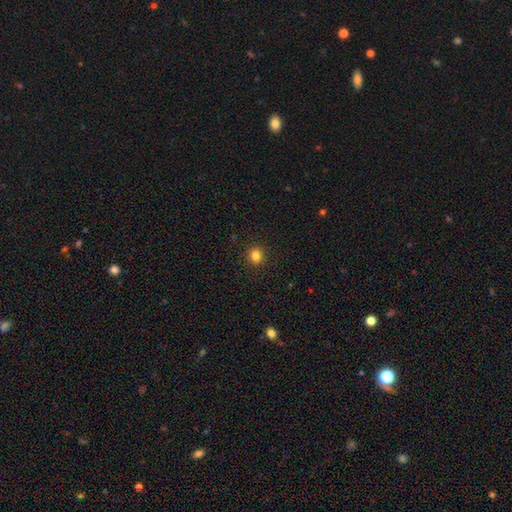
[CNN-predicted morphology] Smooth or featured: smooth — 83% (star or artifact — 12%)
How rounded: round — 90% (in between — 9%)
Merging: none — 92% (minor disturbance — 5%)